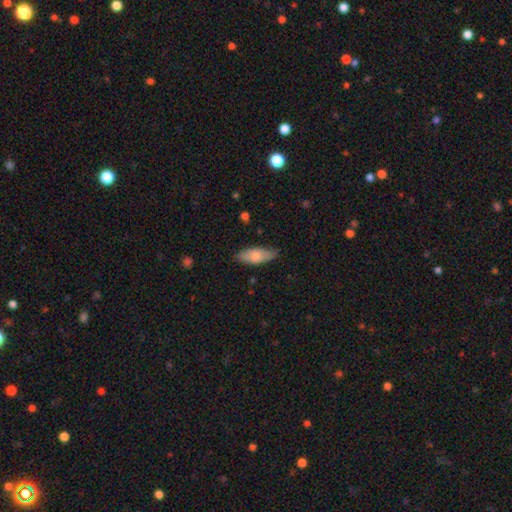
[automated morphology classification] This is likely a smooth galaxy (74%). How rounded: likely in between (75%). Merging: likely none (76%).